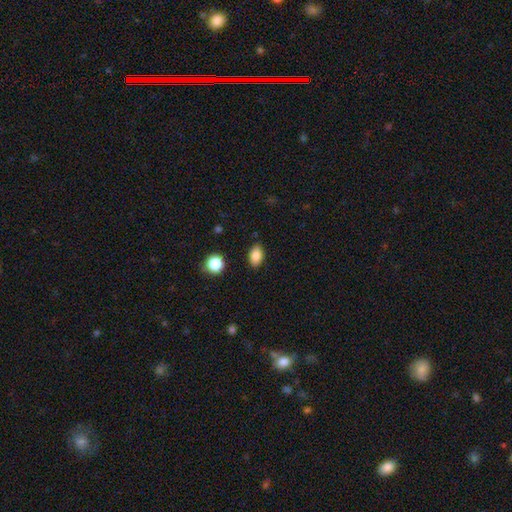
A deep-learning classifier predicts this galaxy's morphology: Smooth or featured?
  - smooth: 84% *
  - star or artifact: 9%
  - featured or disk: 7%
How rounded?
  - in between: 86% *
  - round: 12%
  - cigar-shaped: 2%
Merging?
  - none: 86% *
  - minor disturbance: 10%
  - major disturbance: 2%
  - merger: 2%